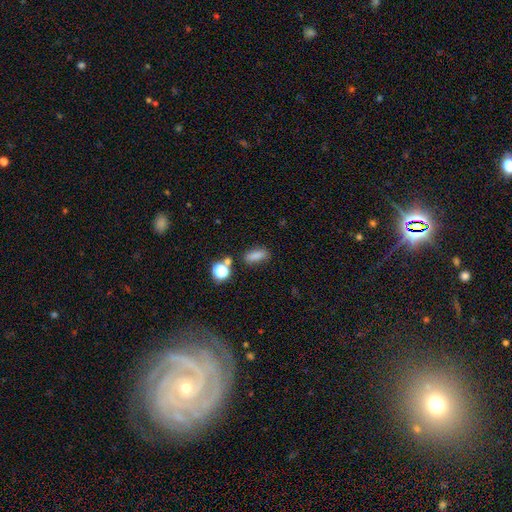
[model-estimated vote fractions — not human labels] A smooth galaxy with no disk features (80%) that is in between round and cigar-shaped (68%).

Vote fractions:
- Smooth or featured? smooth: 80% / star or artifact: 13% / featured or disk: 6%
- How rounded? in between: 68% / cigar-shaped: 22% / round: 10%
- Merging? none: 76% / minor disturbance: 13% / merger: 7% / major disturbance: 4%